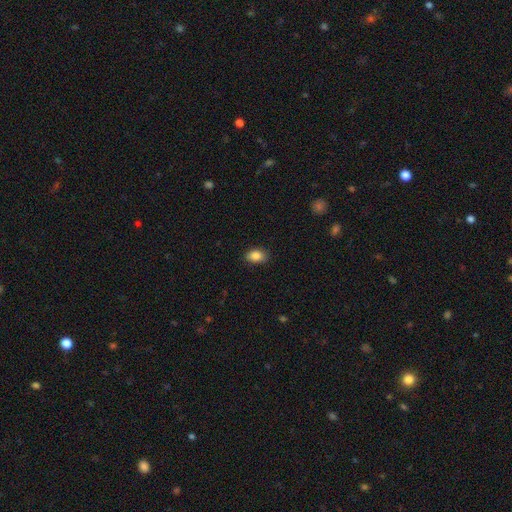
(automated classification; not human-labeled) This appears to be a smooth galaxy with no disk features (87%) that is in between round and cigar-shaped (82%). Merging: none (86%).